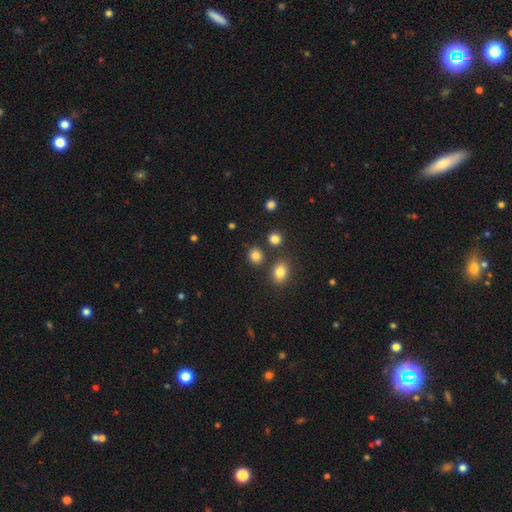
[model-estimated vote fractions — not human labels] Overall: smooth (83%). How rounded: round (82%). Merging: none (81%).